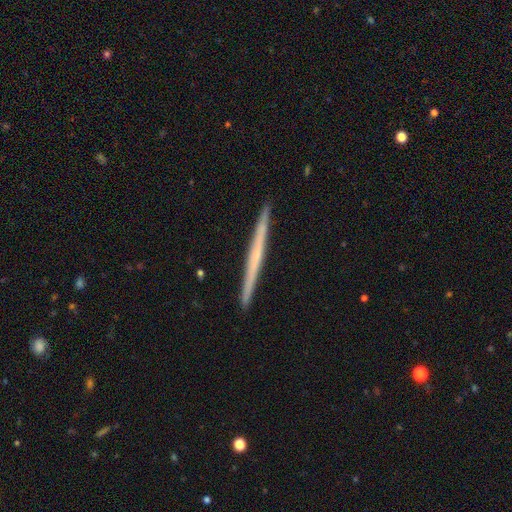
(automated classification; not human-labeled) A featured or disk galaxy (61%) viewed edge-on (98%) with no central bulge (78%).

Vote fractions:
- Smooth or featured? featured or disk: 61% / smooth: 34% / star or artifact: 6%
- Edge-on disk? yes: 98% / no: 2%
- Edge-on bulge? none: 78% / rounded: 17% / boxy: 4%
- Merging? none: 93% / minor disturbance: 5% / major disturbance: 1% / merger: 1%